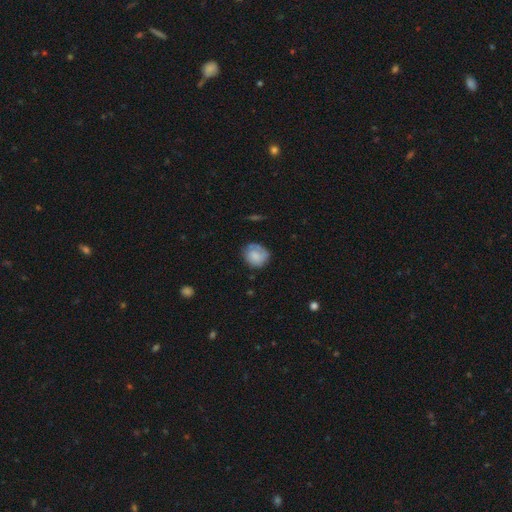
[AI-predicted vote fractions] A smooth galaxy with no disk features (69%) that is round (72%). Merging: none (61%).